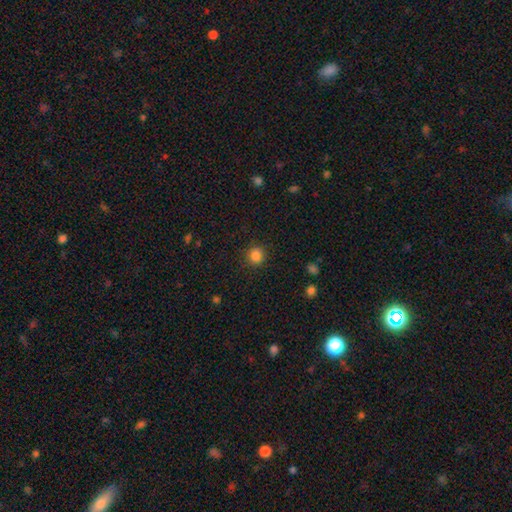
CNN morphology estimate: This appears to be a smooth galaxy with no disk features (85%) that is round (86%). Merging: none (89%).